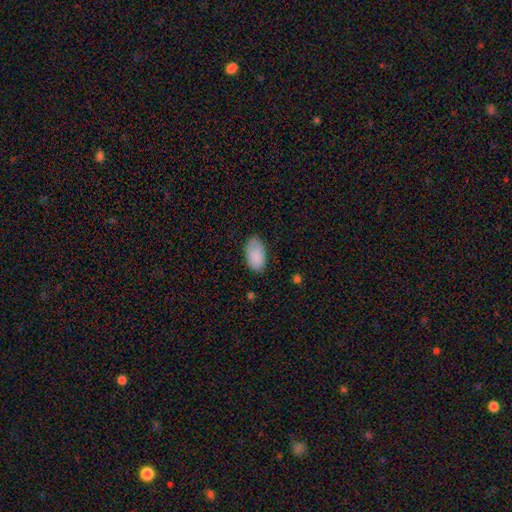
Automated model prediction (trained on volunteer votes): Smooth or featured? Predicted: smooth (p=0.88). How rounded? Predicted: in between (p=0.95). Merging? Predicted: none (p=0.80).